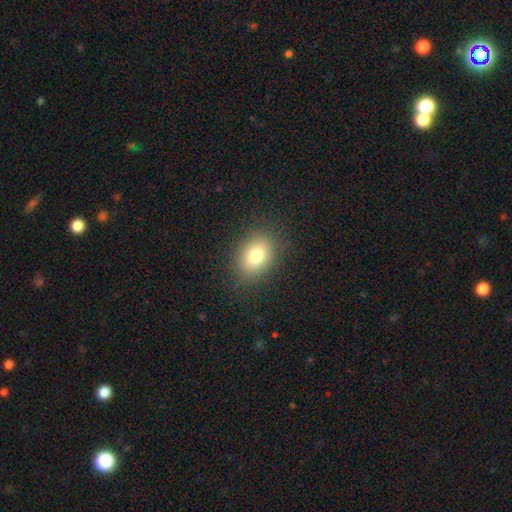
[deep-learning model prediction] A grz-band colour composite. It shows a smooth galaxy with no disk features (76%) that is in between round and cigar-shaped (64%). Merging: none (85%).